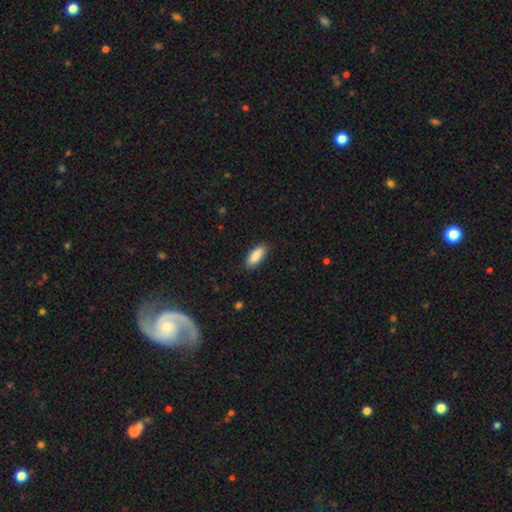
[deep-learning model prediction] This is clearly a smooth galaxy (88%). How rounded: likely in between (77%). Merging: clearly none (86%).